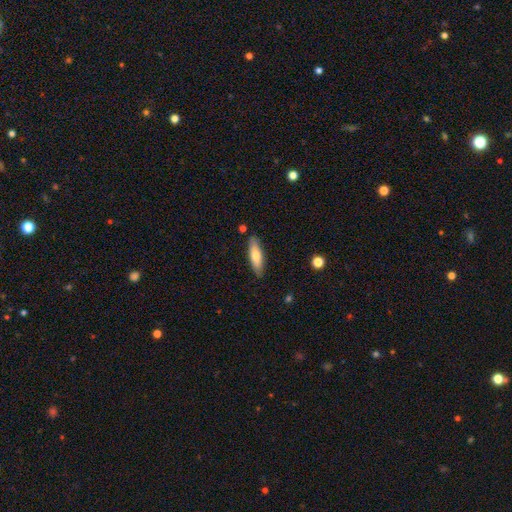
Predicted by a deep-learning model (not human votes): This is likely a smooth galaxy (66%). How rounded: possibly cigar-shaped (57%). Merging: clearly none (86%).